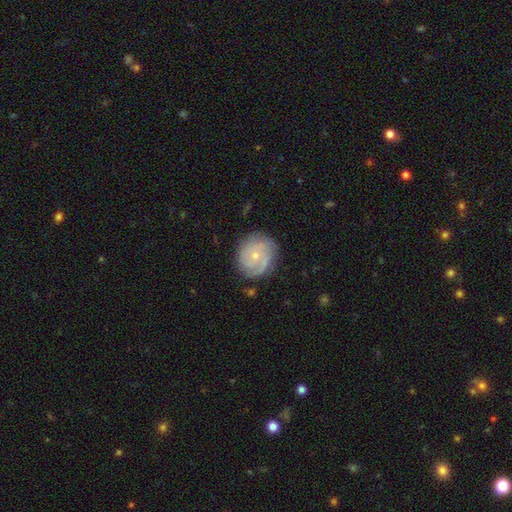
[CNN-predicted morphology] Smooth or featured: featured or disk — 77% (smooth — 17%)
Edge-on disk: no — 98% (yes — 2%)
Bar: no — 77% (weak — 20%)
Spiral arms: yes — 94% (no — 6%)
Spiral winding: tight — 58% (medium — 33%)
Spiral arm count: 3 — 33% (2 — 28%)
Bulge size: small — 71% (moderate — 25%)
Merging: none — 78% (minor disturbance — 16%)